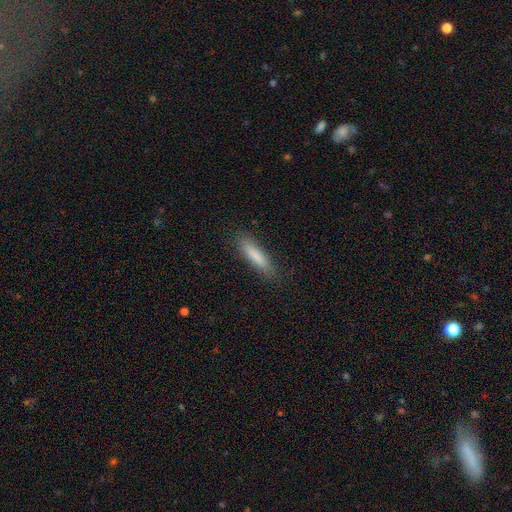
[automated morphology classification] This appears to be a smooth galaxy with no disk features (82%) that is cigar-shaped (79%). Merging: none (84%).